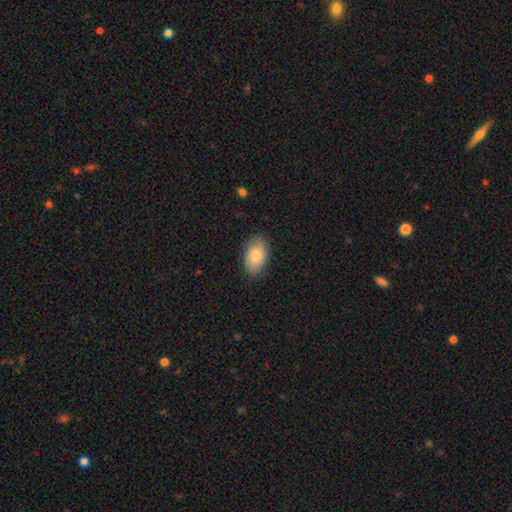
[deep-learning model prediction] smooth 78%, featured or disk 15%, star or artifact 6%. Down the decision tree: how rounded — in between (91%); merging — none (83%).